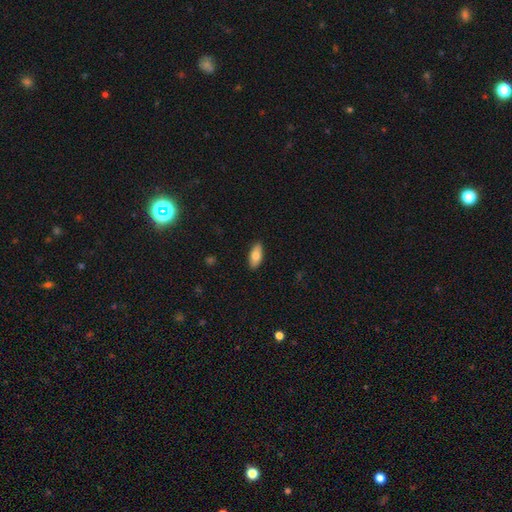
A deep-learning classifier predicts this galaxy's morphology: The model was most divided on "smooth or featured": smooth: 78%, featured or disk: 15%, star or artifact: 6%. More confident: merging — none (90%); how rounded — in between (83%).